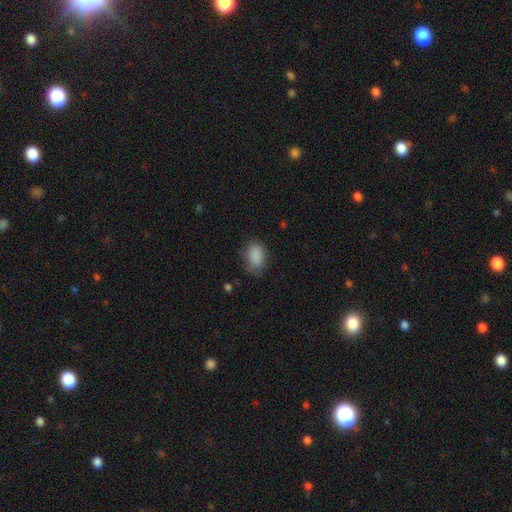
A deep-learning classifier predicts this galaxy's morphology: Smooth or featured: smooth — 86% (star or artifact — 9%)
How rounded: in between — 80% (round — 19%)
Merging: none — 67% (minor disturbance — 24%)